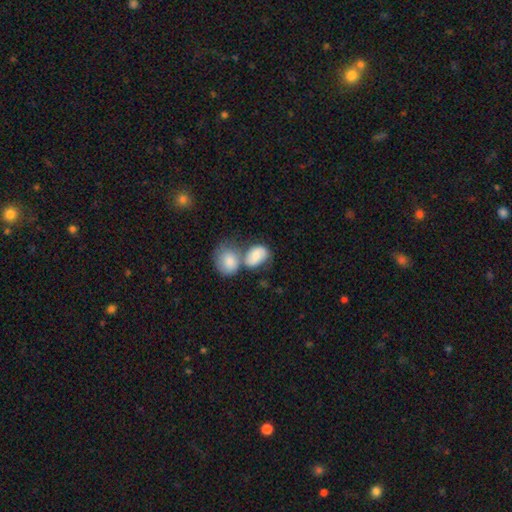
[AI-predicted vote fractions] This is likely a smooth galaxy (64%). How rounded: likely in between (71%). Merging: possibly merger (51%).